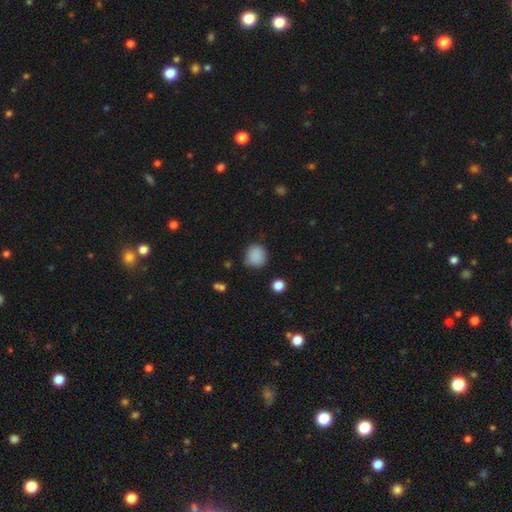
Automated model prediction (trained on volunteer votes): Smooth or featured?
  - smooth: 87% *
  - star or artifact: 10%
  - featured or disk: 3%
How rounded?
  - round: 85% *
  - in between: 14%
  - cigar-shaped: 1%
Merging?
  - none: 82% *
  - minor disturbance: 13%
  - major disturbance: 3%
  - merger: 2%